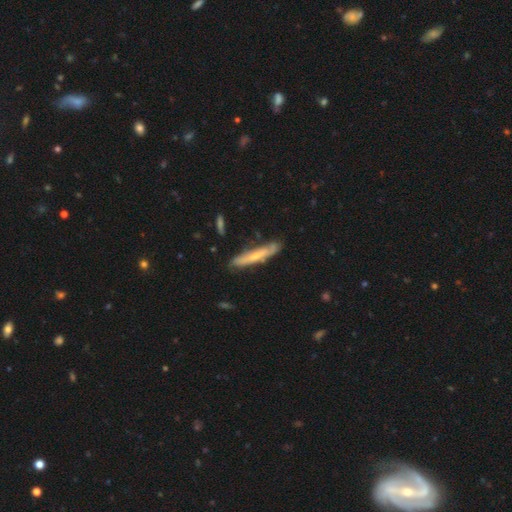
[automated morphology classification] The model was most divided on "smooth or featured": featured or disk: 50%, smooth: 44%, star or artifact: 6%. More confident: merging — none (75%).